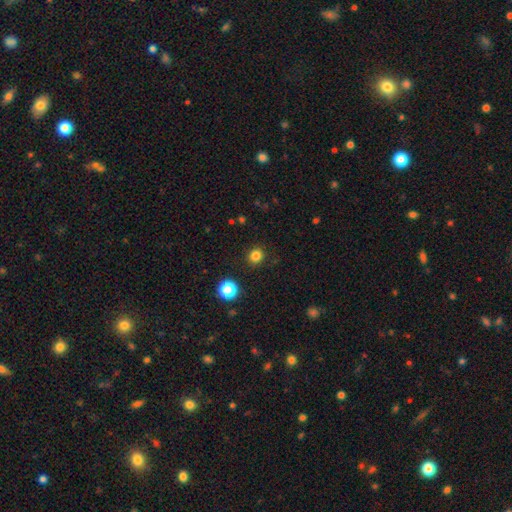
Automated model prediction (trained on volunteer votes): A smooth galaxy with no disk features (82%) that is round (87%).

Vote fractions:
- Smooth or featured? smooth: 82% / star or artifact: 14% / featured or disk: 4%
- How rounded? round: 87% / in between: 12% / cigar-shaped: 1%
- Merging? none: 90% / minor disturbance: 6% / major disturbance: 2% / merger: 1%